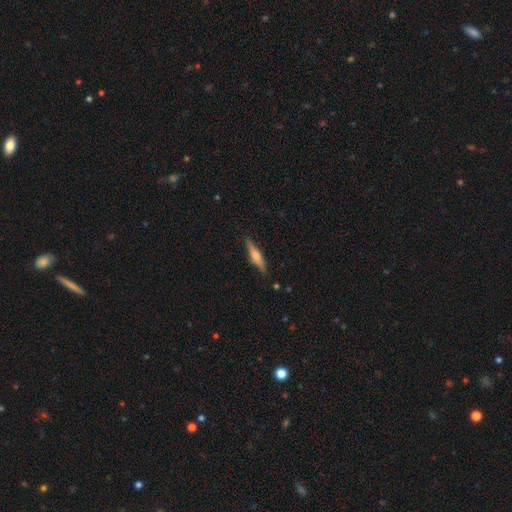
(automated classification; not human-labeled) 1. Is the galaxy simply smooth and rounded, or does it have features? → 56% featured or disk, 38% smooth, 6% star or artifact.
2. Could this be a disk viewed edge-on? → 96% yes, 4% no.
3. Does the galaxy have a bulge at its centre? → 85% rounded, 10% boxy, 5% none.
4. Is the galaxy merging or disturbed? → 87% none, 10% minor disturbance, 2% major disturbance, 1% merger.